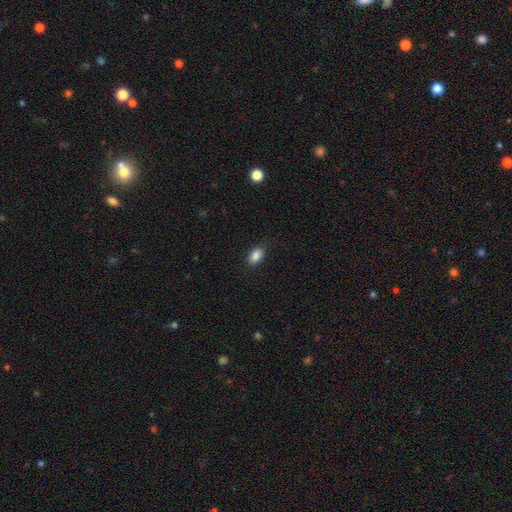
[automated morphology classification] This is clearly a smooth galaxy (87%). How rounded: clearly in between (88%). Merging: clearly none (84%).